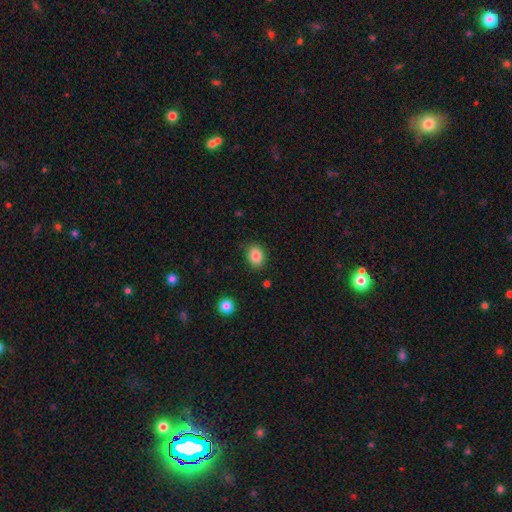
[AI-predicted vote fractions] Q: Smooth or featured?
A: smooth (86%); runner-up: star or artifact (9%)
Q: How rounded?
A: in between (61%); runner-up: round (38%)
Q: Merging?
A: none (84%); runner-up: minor disturbance (12%)